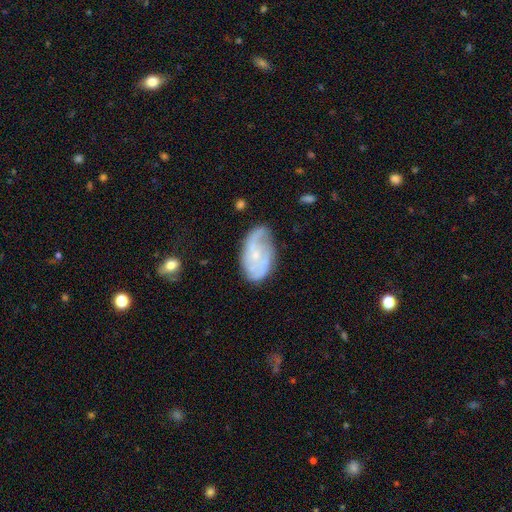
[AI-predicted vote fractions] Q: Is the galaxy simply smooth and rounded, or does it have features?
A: featured or disk — 67%.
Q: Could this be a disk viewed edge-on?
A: no — 96%.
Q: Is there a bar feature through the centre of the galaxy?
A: no — 70%.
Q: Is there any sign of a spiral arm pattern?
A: yes — 86%.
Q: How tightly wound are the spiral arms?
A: medium — 40%.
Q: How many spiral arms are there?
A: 2 — 45%.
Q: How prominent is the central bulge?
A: small — 71%.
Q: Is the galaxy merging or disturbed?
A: none — 60%.